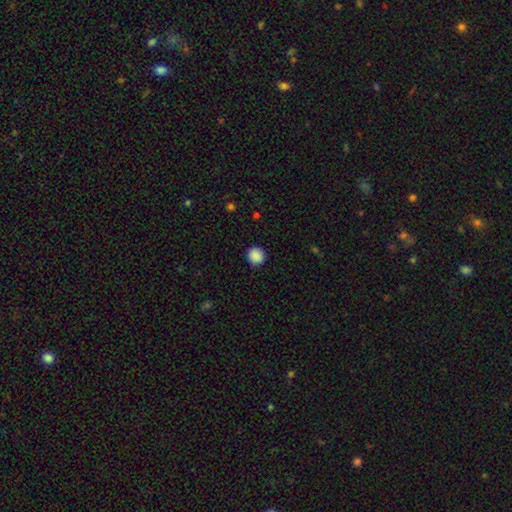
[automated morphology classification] Smooth or featured? smooth (89%)
How rounded? round (92%)
Merging? none (90%)